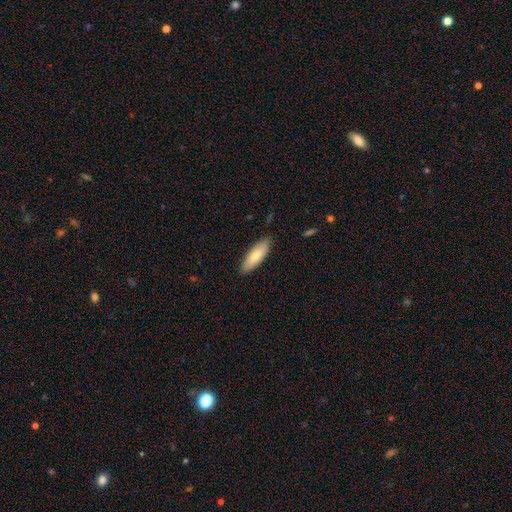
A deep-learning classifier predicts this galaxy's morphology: This appears to be a smooth galaxy with no disk features (74%) that is in between round and cigar-shaped (62%). Merging: none (87%).